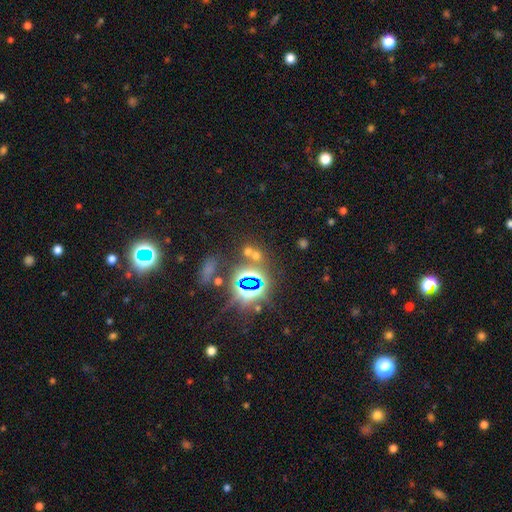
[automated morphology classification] This appears to be a star or artifact, not a galaxy (53%).